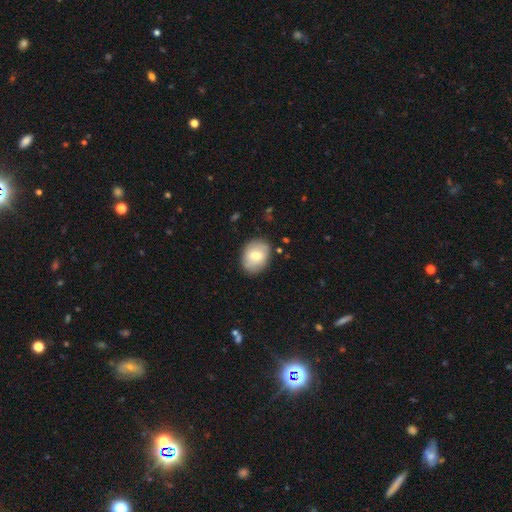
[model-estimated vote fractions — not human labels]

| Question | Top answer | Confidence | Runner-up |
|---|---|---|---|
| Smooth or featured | smooth | 64% | featured or disk (29%) |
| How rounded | in between | 63% | round (36%) |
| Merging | none | 82% | minor disturbance (13%) |